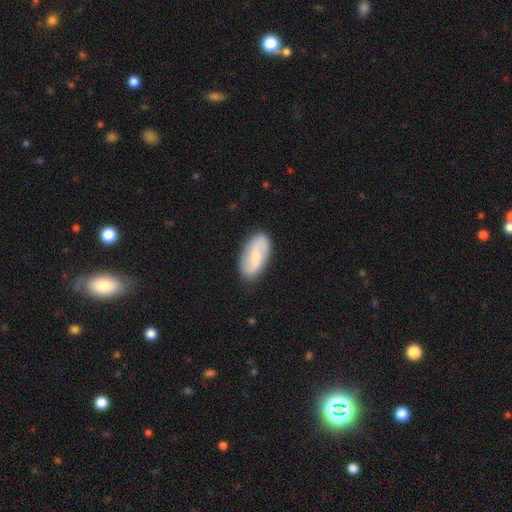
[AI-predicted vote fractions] featured or disk 58%, smooth 36%, star or artifact 6%. Down the decision tree: edge-on disk — no (95%); bar — weak (46%); spiral arms — yes (87%); bulge size — small (59%); merging — none (85%).